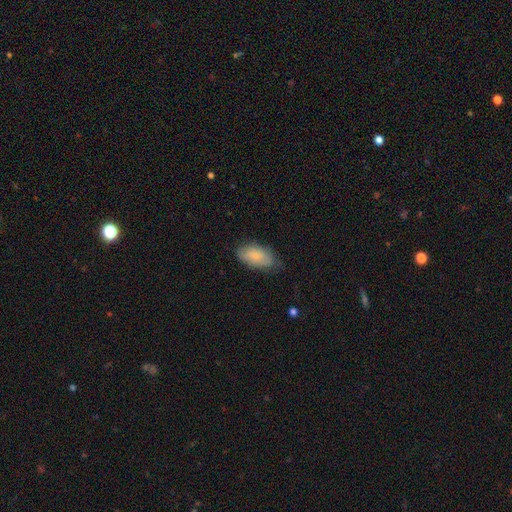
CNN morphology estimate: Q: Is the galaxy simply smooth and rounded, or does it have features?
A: smooth — 81%.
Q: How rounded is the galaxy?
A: in between — 94%.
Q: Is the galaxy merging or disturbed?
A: none — 68%.